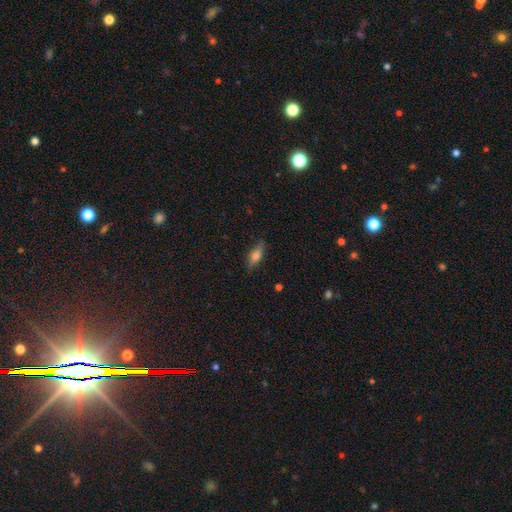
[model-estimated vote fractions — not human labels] Smooth or featured?
  - smooth: 61% *
  - featured or disk: 31%
  - star or artifact: 9%
How rounded?
  - in between: 59% *
  - cigar-shaped: 37%
  - round: 4%
Merging?
  - none: 81% *
  - minor disturbance: 15%
  - major disturbance: 3%
  - merger: 1%